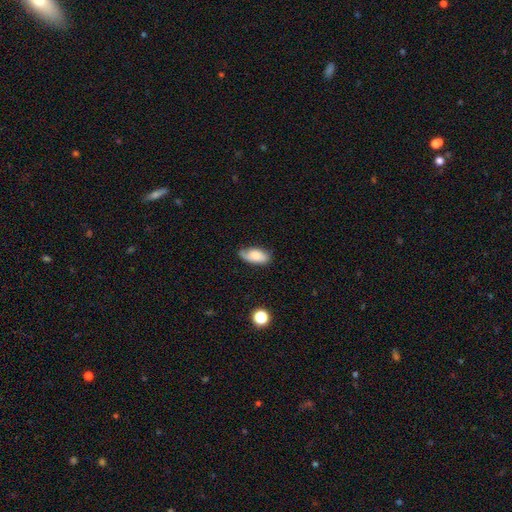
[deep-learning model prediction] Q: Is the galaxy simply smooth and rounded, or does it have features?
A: smooth — 70%.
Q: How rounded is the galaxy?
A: in between — 90%.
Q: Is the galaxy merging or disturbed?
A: none — 60%.